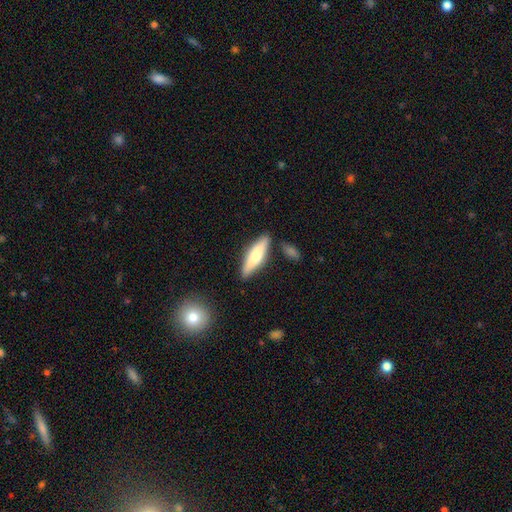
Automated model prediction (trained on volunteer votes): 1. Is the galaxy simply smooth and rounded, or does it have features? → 58% smooth, 37% featured or disk, 6% star or artifact.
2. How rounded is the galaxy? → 60% cigar-shaped, 38% in between, 2% round.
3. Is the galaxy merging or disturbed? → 78% none, 13% minor disturbance, 5% merger, 3% major disturbance.